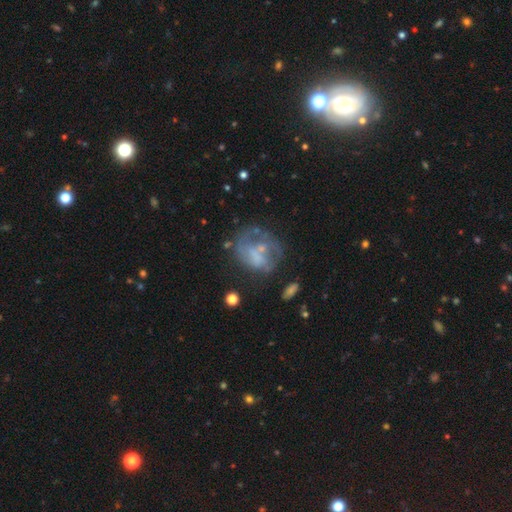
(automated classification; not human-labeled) The model was most divided on "merging": none: 42%, major disturbance: 28%, minor disturbance: 21%, merger: 9%. More confident: edge-on disk — no (98%); bar — no (74%); spiral arms — no (62%); smooth or featured — featured or disk (59%); bulge size — none (53%).